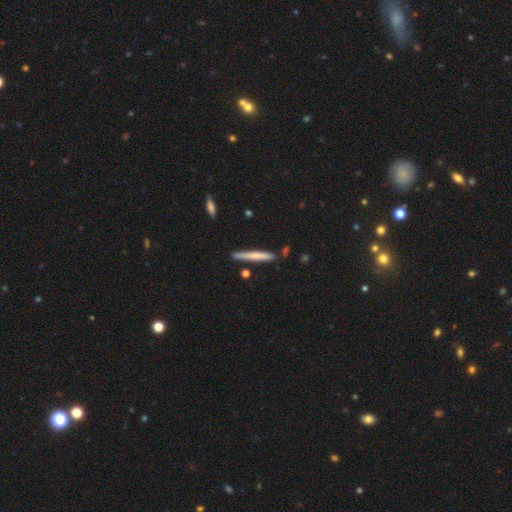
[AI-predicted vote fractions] This appears to be a smooth galaxy with no disk features (61%) that is cigar-shaped (96%). Merging: none (83%).